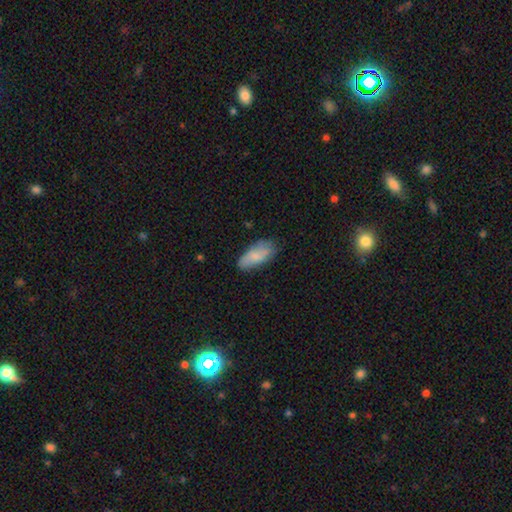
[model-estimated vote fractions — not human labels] A smooth galaxy with no disk features (76%) that is in between round and cigar-shaped (85%).

Vote fractions:
- Smooth or featured? smooth: 76% / featured or disk: 17% / star or artifact: 7%
- How rounded? in between: 85% / cigar-shaped: 13% / round: 2%
- Merging? none: 68% / minor disturbance: 24% / major disturbance: 6% / merger: 2%